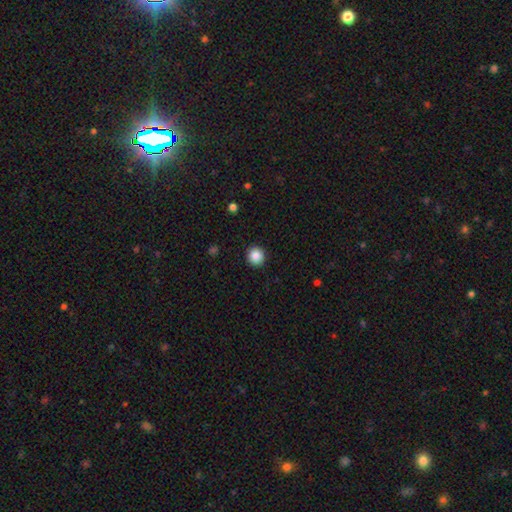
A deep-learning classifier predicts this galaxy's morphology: Overall: smooth (87%). How rounded: round (94%). Merging: none (92%).